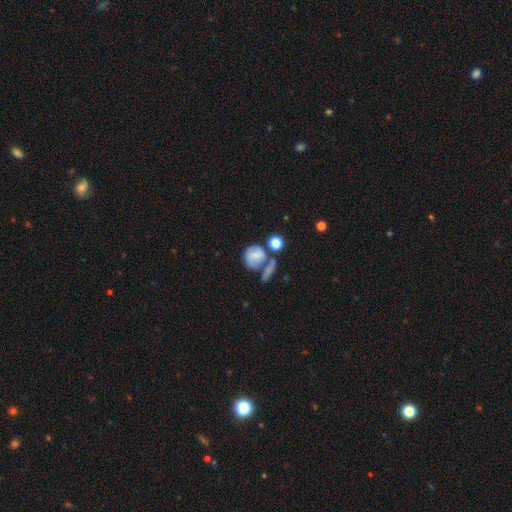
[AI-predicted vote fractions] This appears to be a smooth galaxy with no disk features (58%) that is round (72%). Merging: none (37%).